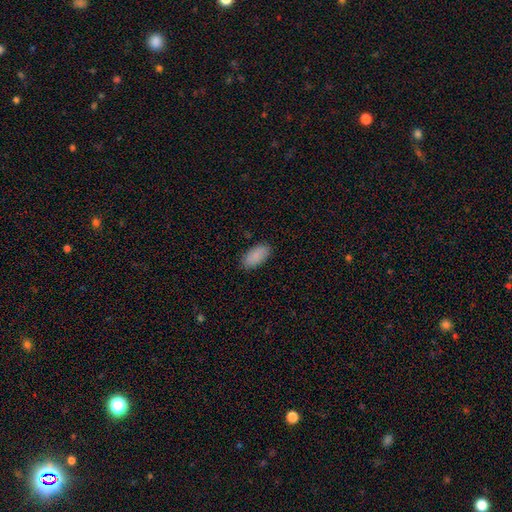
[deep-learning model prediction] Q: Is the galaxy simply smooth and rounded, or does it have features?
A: smooth — 89%.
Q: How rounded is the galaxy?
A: in between — 94%.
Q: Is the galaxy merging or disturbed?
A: none — 87%.